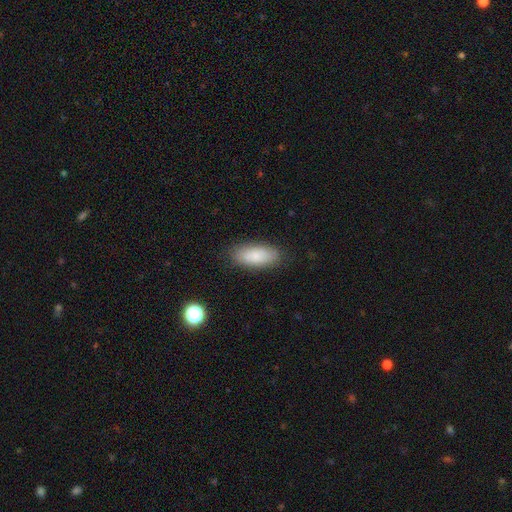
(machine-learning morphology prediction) smooth-or-featured: smooth: 84% | featured or disk: 10% | star or artifact: 7%
  how-rounded: in between: 84% | cigar-shaped: 14% | round: 2%
  merging: none: 84% | minor disturbance: 12% | major disturbance: 3% | merger: 1%